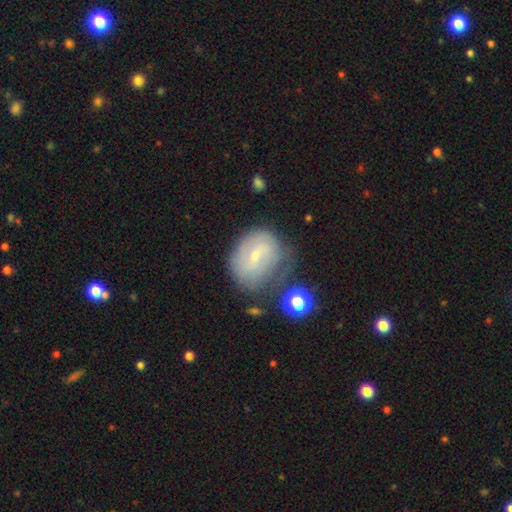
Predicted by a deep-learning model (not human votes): Smooth or featured? Predicted: smooth (p=0.46). Merging? Predicted: none (p=0.51).